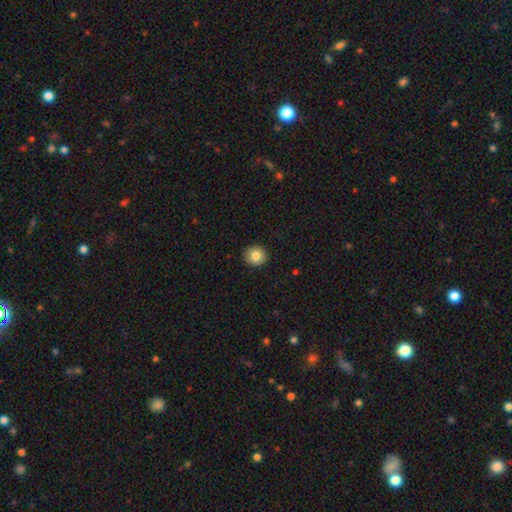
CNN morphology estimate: smooth_or_featured: smooth (p=0.84) [alt: star or artifact p=0.09]
how_rounded: round (p=0.89) [alt: in between p=0.10]
merging: none (p=0.91) [alt: minor disturbance p=0.06]